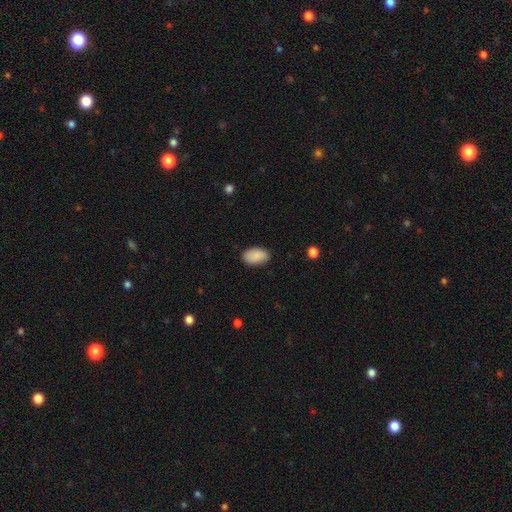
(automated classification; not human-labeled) Q: Smooth or featured?
A: smooth (90%); runner-up: star or artifact (6%)
Q: How rounded?
A: in between (93%); runner-up: round (5%)
Q: Merging?
A: none (87%); runner-up: minor disturbance (10%)